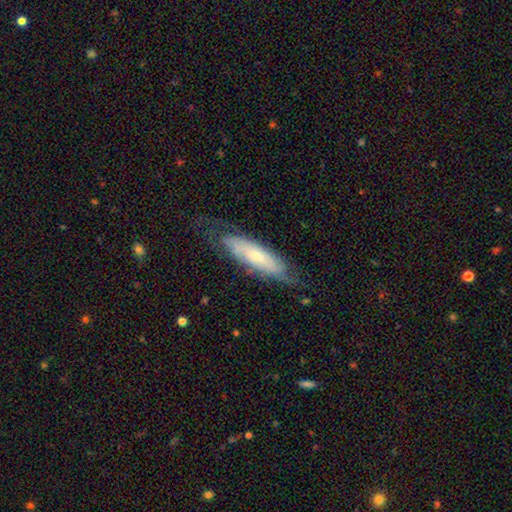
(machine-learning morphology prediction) featured or disk 59%, smooth 34%, star or artifact 6%. Down the decision tree: edge-on disk — no (69%); merging — none (67%).